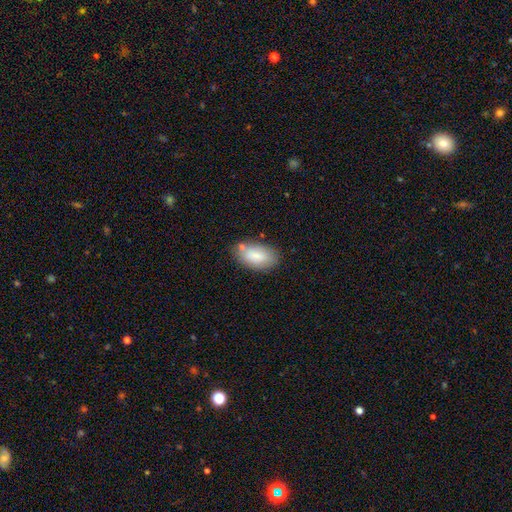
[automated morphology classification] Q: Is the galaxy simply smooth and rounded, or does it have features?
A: smooth — 82%.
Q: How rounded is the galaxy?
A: in between — 94%.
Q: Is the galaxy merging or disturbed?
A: none — 72%.